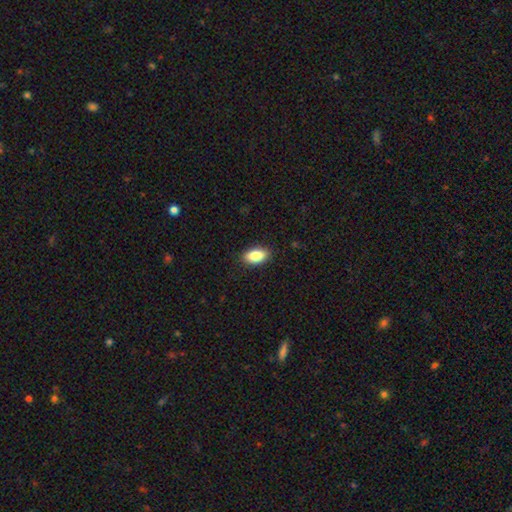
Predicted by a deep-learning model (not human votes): Q: Smooth or featured?
A: smooth (85%); runner-up: featured or disk (7%)
Q: How rounded?
A: in between (91%); runner-up: round (5%)
Q: Merging?
A: none (88%); runner-up: minor disturbance (9%)